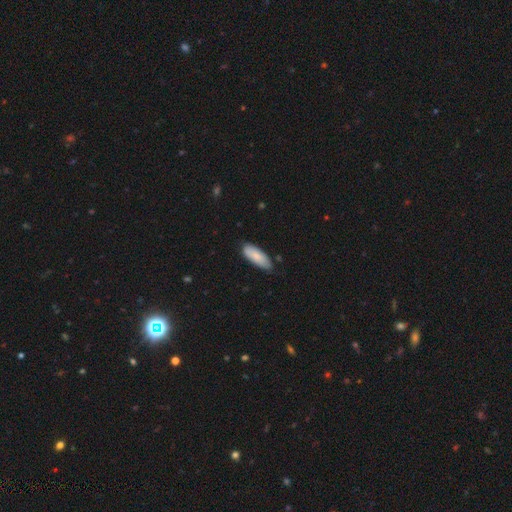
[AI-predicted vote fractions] Smooth or featured? Predicted: smooth (p=0.83). How rounded? Predicted: in between (p=0.75). Merging? Predicted: none (p=0.73).